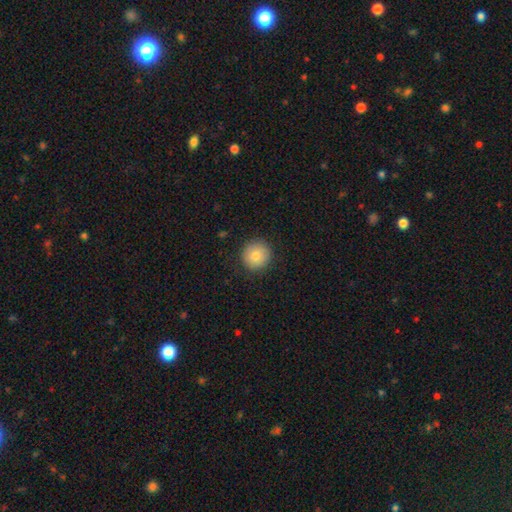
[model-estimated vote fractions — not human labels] Smooth or featured?
  - smooth: 80% *
  - featured or disk: 11%
  - star or artifact: 9%
How rounded?
  - round: 95% *
  - in between: 4%
  - cigar-shaped: 1%
Merging?
  - none: 89% *
  - minor disturbance: 8%
  - major disturbance: 2%
  - merger: 1%